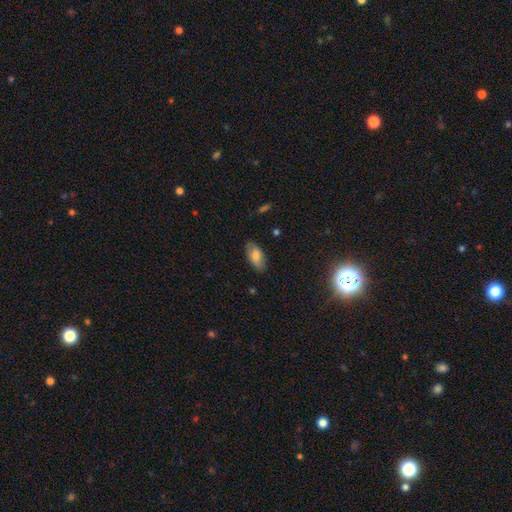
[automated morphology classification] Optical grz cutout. It shows a smooth galaxy with no disk features (75%) that is in between round and cigar-shaped (92%). Merging: none (82%).